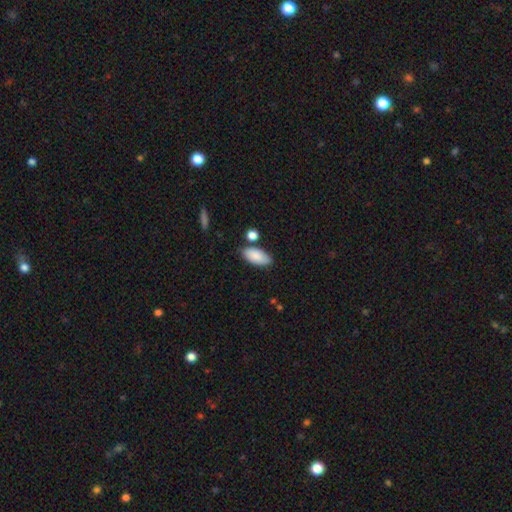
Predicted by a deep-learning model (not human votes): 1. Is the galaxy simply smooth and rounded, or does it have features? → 87% smooth, 7% featured or disk, 6% star or artifact.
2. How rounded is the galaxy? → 90% in between, 8% cigar-shaped, 2% round.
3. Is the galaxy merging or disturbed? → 75% none, 13% minor disturbance, 9% merger, 3% major disturbance.